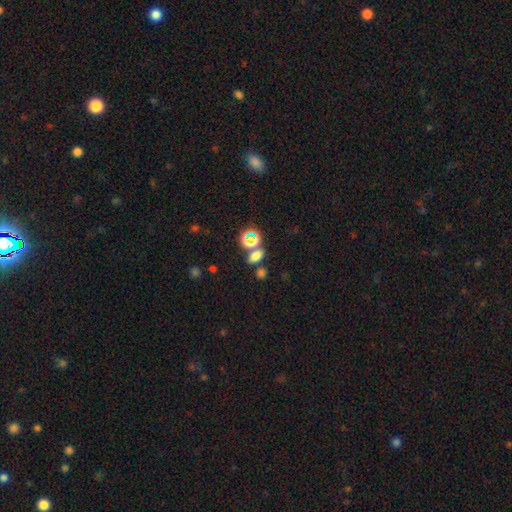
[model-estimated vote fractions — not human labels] Morphology: type=smooth (67%); roundness=in between (71%); merging=none (64%).